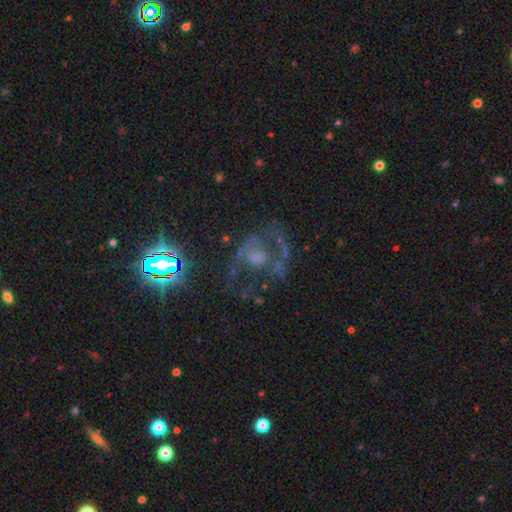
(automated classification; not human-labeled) A featured or disk galaxy (61%) with no bar (75%), spiral arms (62%) and a moderate central bulge (33%).

Vote fractions:
- Smooth or featured? featured or disk: 61% / star or artifact: 21% / smooth: 18%
- Edge-on disk? no: 96% / yes: 4%
- Bar? no: 75% / weak: 18% / strong: 7%
- Spiral arms? yes: 62% / no: 38%
- Bulge size? moderate: 33% / large: 22% / none: 22% / small: 19% / dominant: 5%
- Merging? none: 53% / major disturbance: 28% / minor disturbance: 16% / merger: 3%